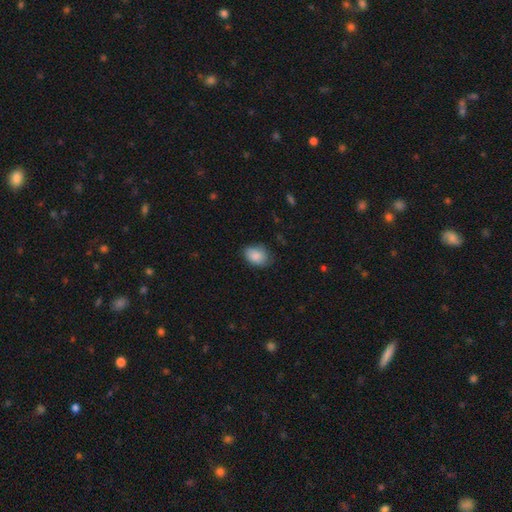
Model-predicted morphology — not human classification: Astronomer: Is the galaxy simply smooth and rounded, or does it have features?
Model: smooth — 87%.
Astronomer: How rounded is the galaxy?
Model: in between — 75%.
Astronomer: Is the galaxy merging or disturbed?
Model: none — 72%.